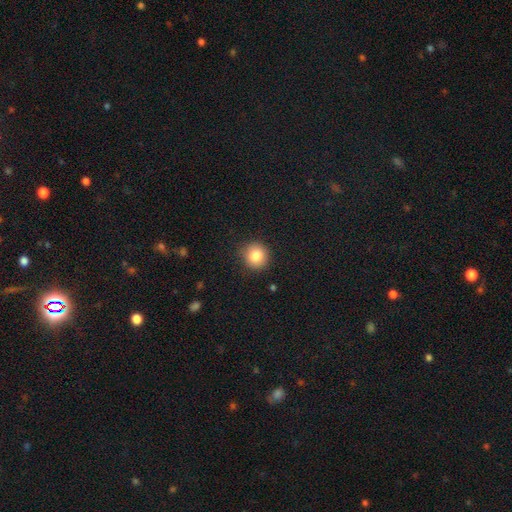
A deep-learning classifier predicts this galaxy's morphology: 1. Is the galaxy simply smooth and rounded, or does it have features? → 84% smooth, 10% star or artifact, 6% featured or disk.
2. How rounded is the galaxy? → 89% round, 10% in between, 1% cigar-shaped.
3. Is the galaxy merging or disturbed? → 89% none, 8% minor disturbance, 2% major disturbance, 1% merger.